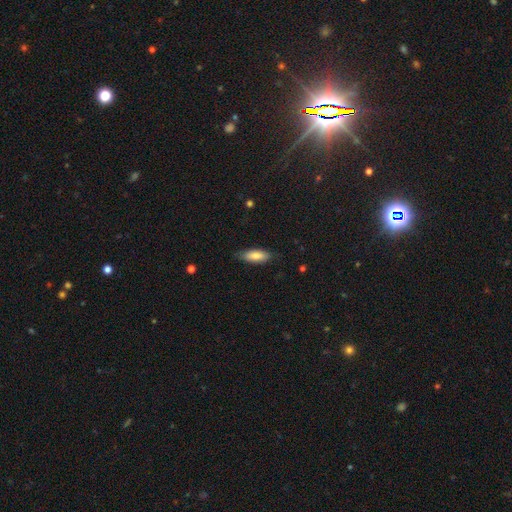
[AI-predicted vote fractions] Overall: smooth (81%). How rounded: in between (70%). Merging: none (80%).